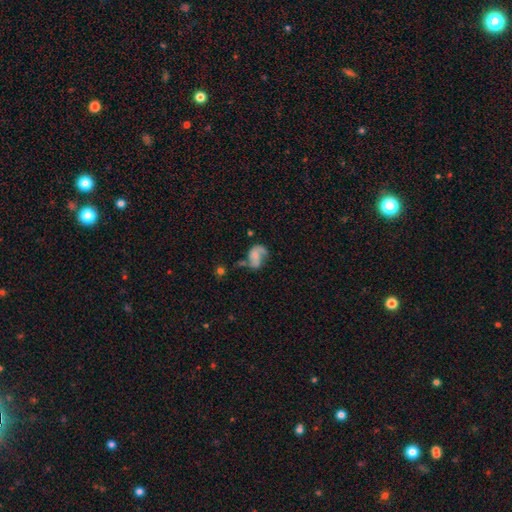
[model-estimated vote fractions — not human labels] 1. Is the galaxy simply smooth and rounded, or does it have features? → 60% featured or disk, 31% smooth, 10% star or artifact.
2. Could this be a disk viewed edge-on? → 98% no, 2% yes.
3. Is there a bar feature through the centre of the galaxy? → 64% no, 28% weak, 8% strong.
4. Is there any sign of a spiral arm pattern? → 82% yes, 18% no.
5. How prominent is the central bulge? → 46% none, 29% small, 17% moderate, 6% large, 2% dominant.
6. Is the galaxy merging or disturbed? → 35% none, 28% major disturbance, 24% minor disturbance, 13% merger.